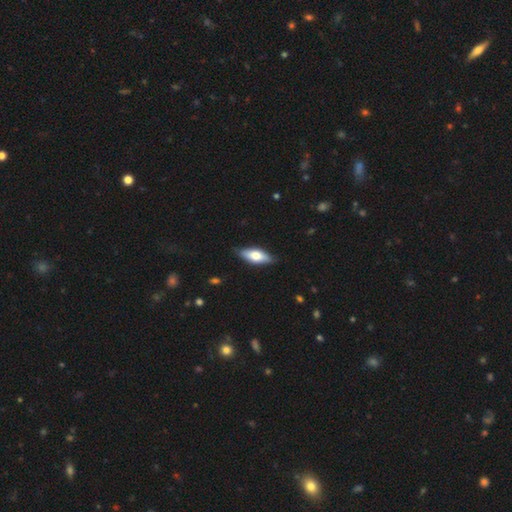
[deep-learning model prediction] smooth-or-featured: smooth: 64% | featured or disk: 31% | star or artifact: 5%
  how-rounded: in between: 71% | cigar-shaped: 27% | round: 2%
  merging: none: 85% | minor disturbance: 12% | major disturbance: 2% | merger: 1%